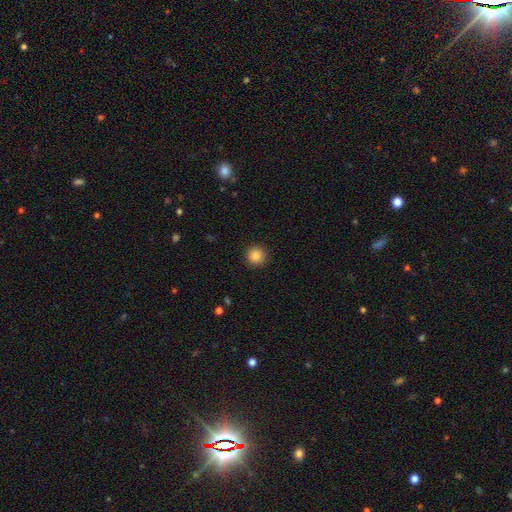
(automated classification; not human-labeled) Q: Smooth or featured?
A: smooth (86%); runner-up: star or artifact (10%)
Q: How rounded?
A: round (95%); runner-up: in between (4%)
Q: Merging?
A: none (93%); runner-up: minor disturbance (5%)